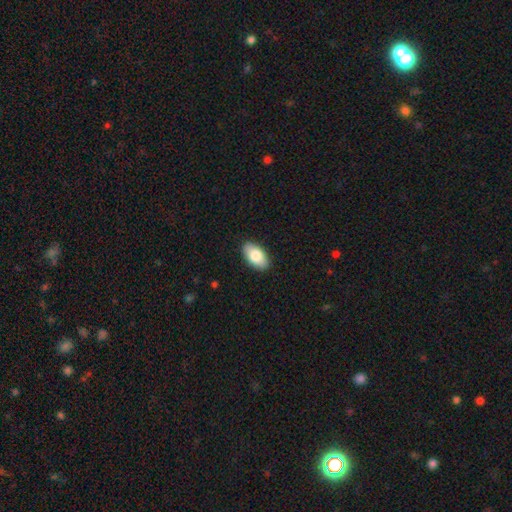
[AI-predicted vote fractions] Q: Smooth or featured?
A: smooth (82%); runner-up: featured or disk (12%)
Q: How rounded?
A: in between (94%); runner-up: round (4%)
Q: Merging?
A: none (89%); runner-up: minor disturbance (8%)